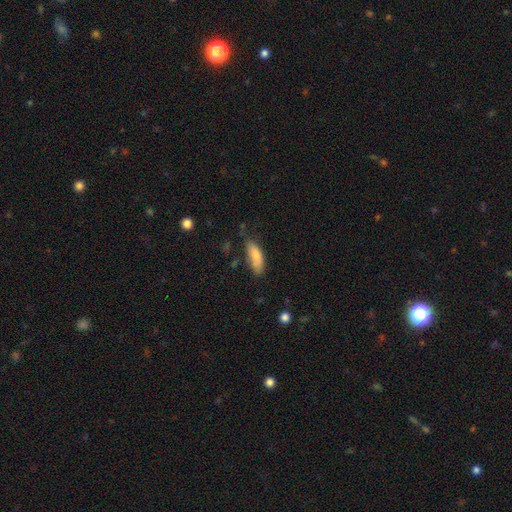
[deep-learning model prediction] Smooth or featured: smooth — 79% (featured or disk — 14%)
How rounded: in between — 68% (cigar-shaped — 30%)
Merging: none — 56% (minor disturbance — 30%)